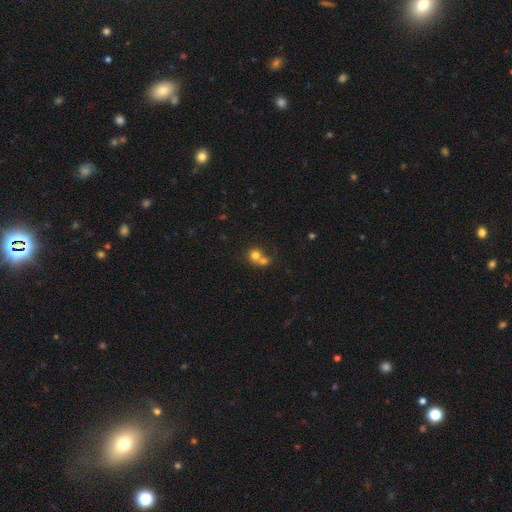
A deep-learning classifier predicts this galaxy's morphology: Overall: smooth (73%). How rounded: round (81%). Merging: merger (60%; none 32%).